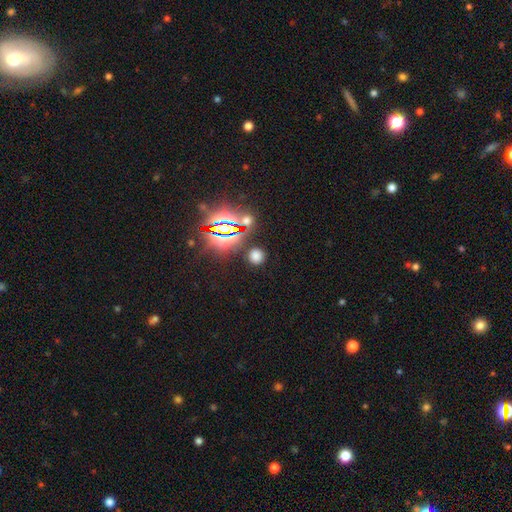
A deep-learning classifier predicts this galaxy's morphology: Smooth or featured? smooth (63%)
How rounded? round (88%)
Merging? none (86%)